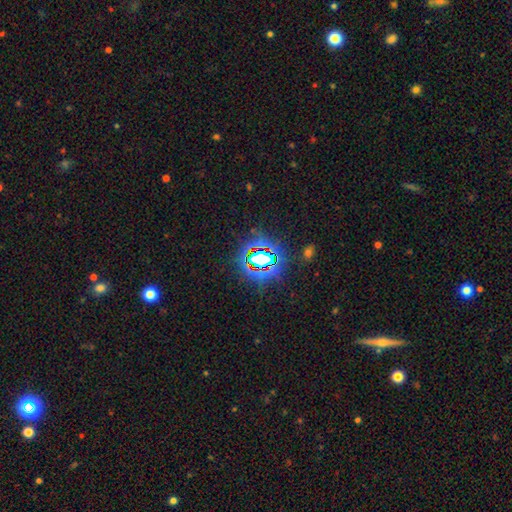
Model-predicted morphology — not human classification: Smooth or featured? Predicted: star or artifact (p=0.80).